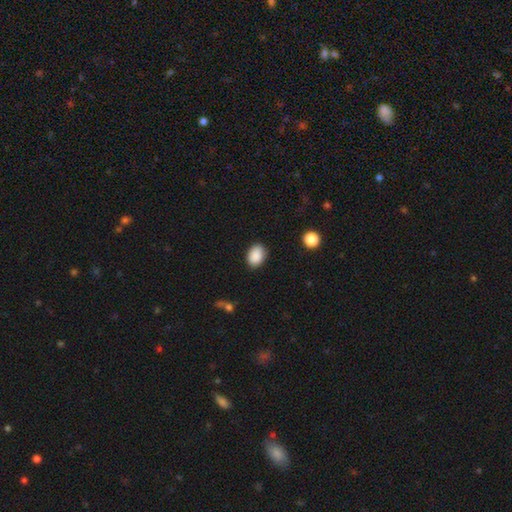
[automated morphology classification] The model was most divided on "how rounded": in between: 80%, round: 19%, cigar-shaped: 1%. More confident: smooth or featured — smooth (89%); merging — none (85%).